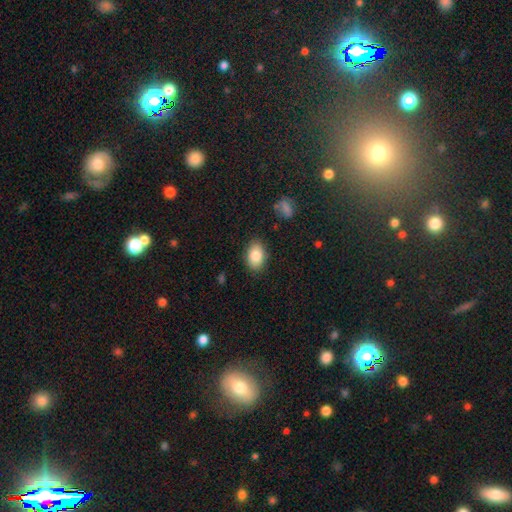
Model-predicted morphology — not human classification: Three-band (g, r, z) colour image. It shows a smooth galaxy with no disk features (86%) that is in between round and cigar-shaped (88%). Merging: none (85%).